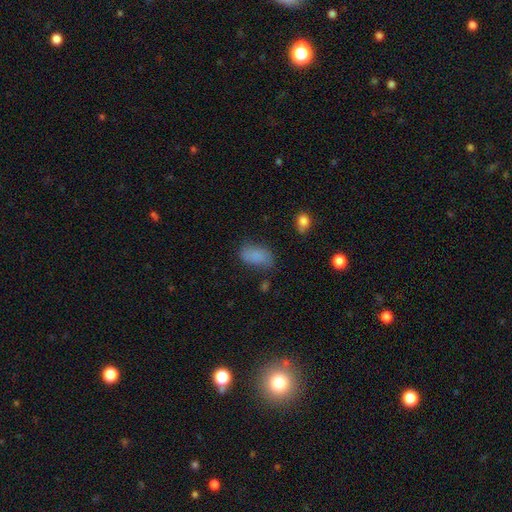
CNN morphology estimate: smooth-or-featured: smooth: 80% | star or artifact: 10% | featured or disk: 10%
  how-rounded: in between: 92% | round: 6% | cigar-shaped: 2%
  merging: none: 63% | minor disturbance: 25% | major disturbance: 9% | merger: 4%